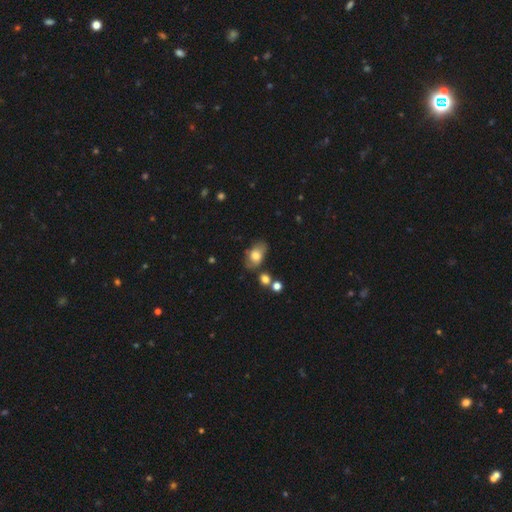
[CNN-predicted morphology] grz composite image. It shows a smooth galaxy with no disk features (66%) that is in between round and cigar-shaped (86%). Merging: none (60%).